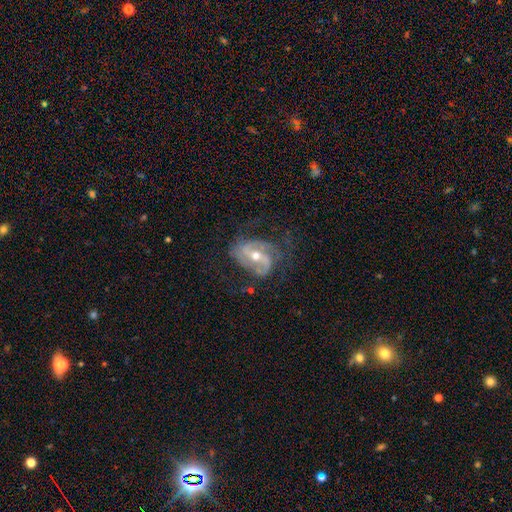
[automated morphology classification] Smooth or featured? featured or disk (86%)
Edge-on disk? no (97%)
Bar? weak (40%)
Spiral arms? yes (94%)
Spiral winding? medium (45%)
Spiral arm count? 2 (62%)
Bulge size? moderate (62%)
Merging? none (57%)